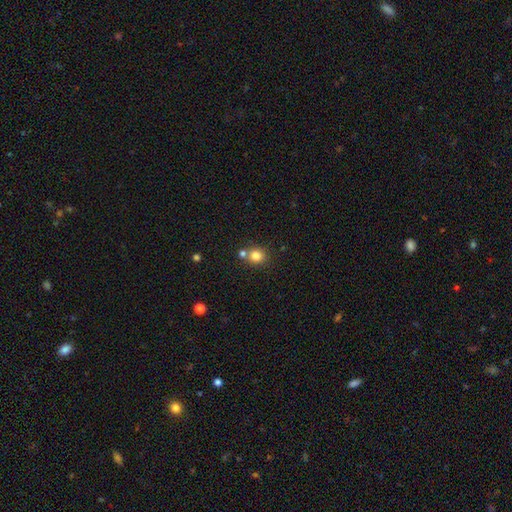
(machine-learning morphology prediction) Overall: smooth (82%). How rounded: round (86%). Merging: none (65%).